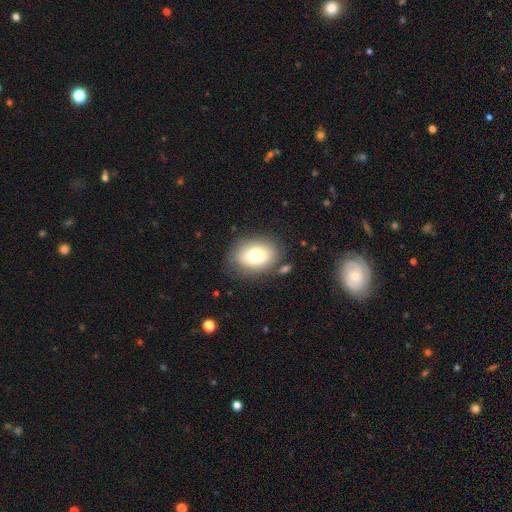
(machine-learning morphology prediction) type=smooth (80%); roundness=in between (79%); merging=none (77%).